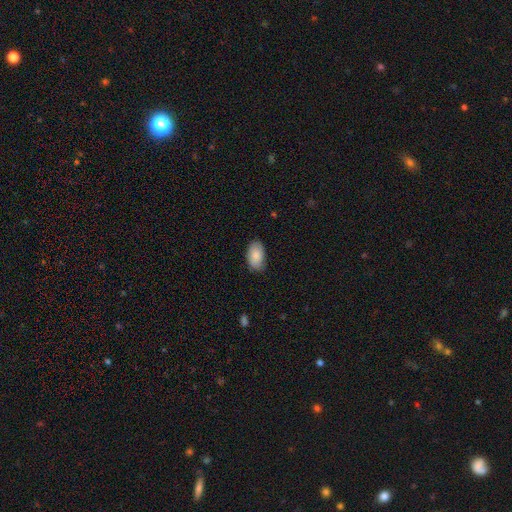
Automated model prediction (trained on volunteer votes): smooth_or_featured: smooth (p=0.88) [alt: star or artifact p=0.06]
how_rounded: in between (p=0.94) [alt: round p=0.04]
merging: none (p=0.80) [alt: minor disturbance p=0.16]